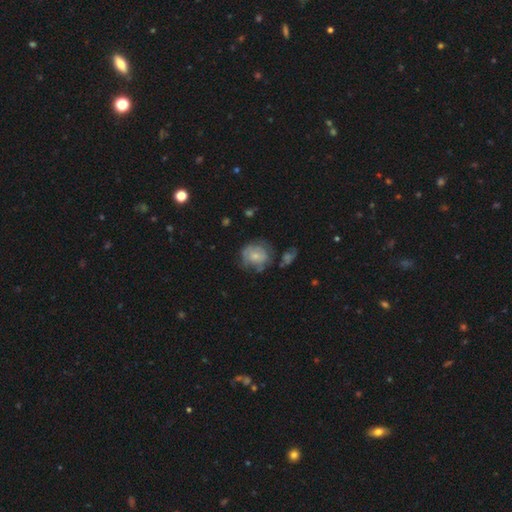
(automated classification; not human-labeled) A smooth galaxy with no disk features (54%) that is round (73%). Merging: none (50%).